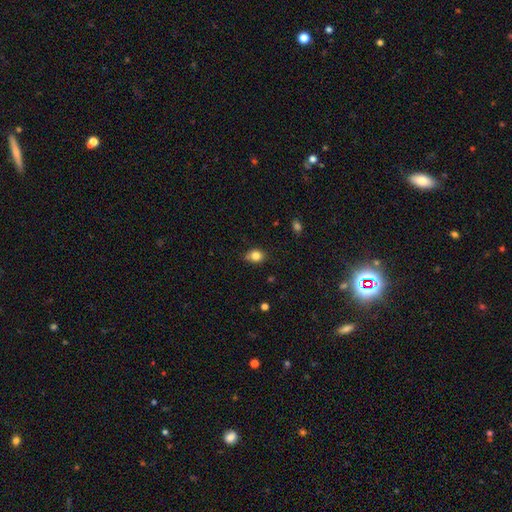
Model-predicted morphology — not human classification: Smooth or featured: smooth — 82% (star or artifact — 10%)
How rounded: round — 51% (in between — 47%)
Merging: none — 66% (minor disturbance — 27%)